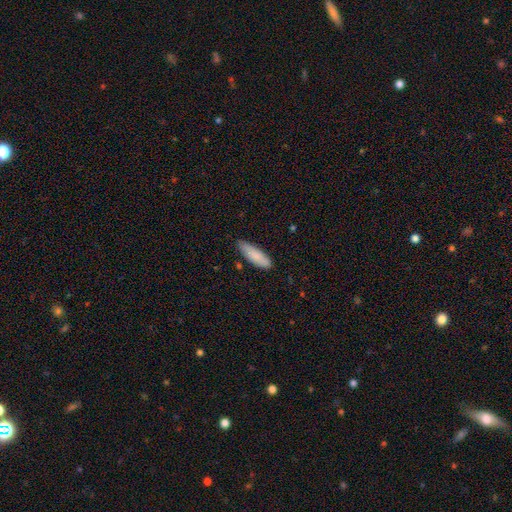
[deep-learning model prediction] Smooth or featured?
  - smooth: 84% *
  - featured or disk: 10%
  - star or artifact: 6%
How rounded?
  - cigar-shaped: 51% *
  - in between: 48%
  - round: 1%
Merging?
  - none: 79% *
  - minor disturbance: 17%
  - major disturbance: 2%
  - merger: 2%